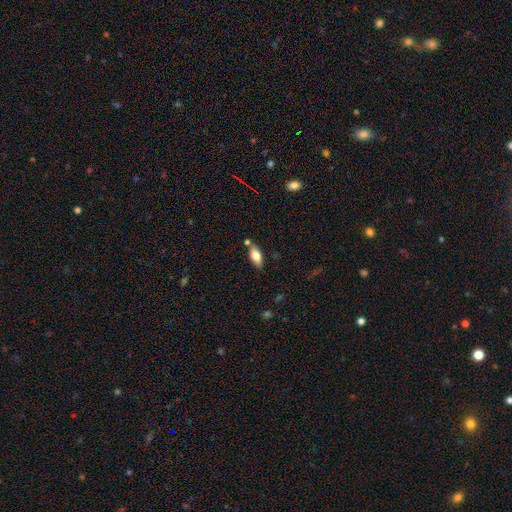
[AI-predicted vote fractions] A smooth galaxy with no disk features (76%) that is in between round and cigar-shaped (85%). Merging: none (72%).